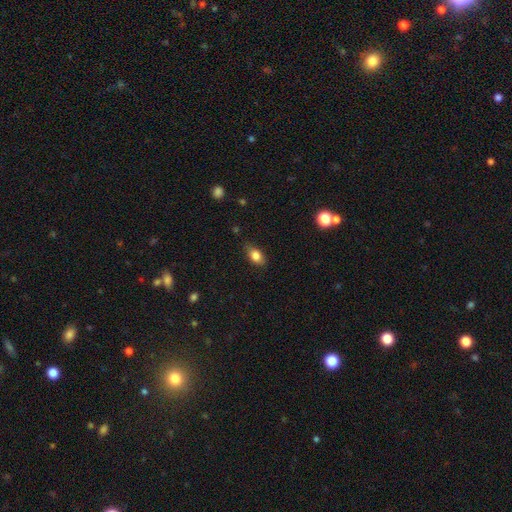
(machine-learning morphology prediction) This is clearly a smooth galaxy (82%). How rounded: clearly in between (84%). Merging: likely none (78%).